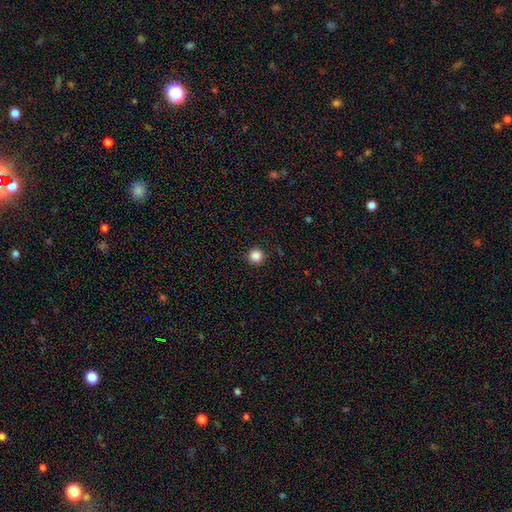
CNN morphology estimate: smooth_or_featured: smooth (p=0.86) [alt: star or artifact p=0.11]
how_rounded: round (p=0.95) [alt: in between p=0.04]
merging: none (p=0.92) [alt: minor disturbance p=0.06]